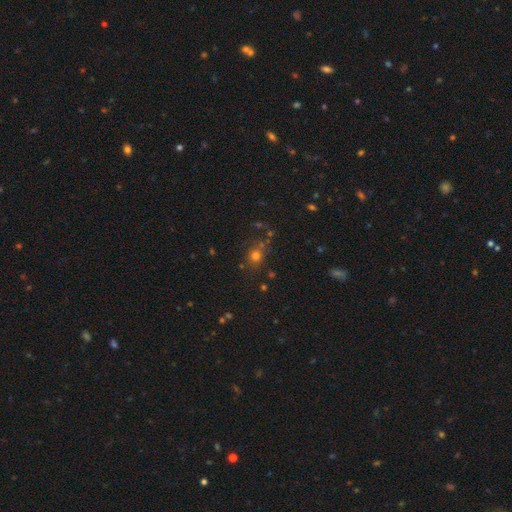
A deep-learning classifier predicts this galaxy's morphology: A smooth galaxy with no disk features (70%) that is round (81%). Merging: none (72%).